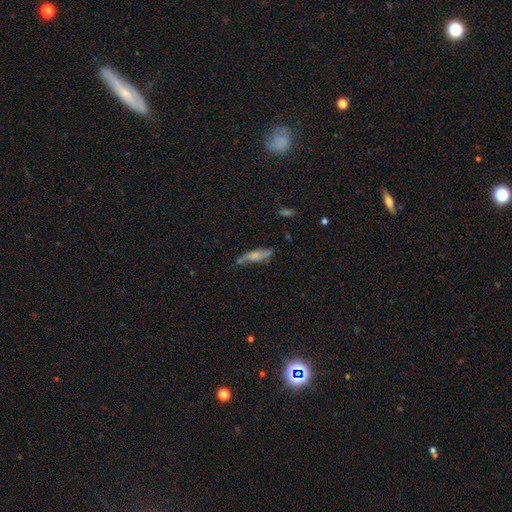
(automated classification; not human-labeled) Overall: smooth (57%; featured or disk 35%). How rounded: cigar-shaped (65%; in between 32%). Merging: none (57%; minor disturbance 26%).